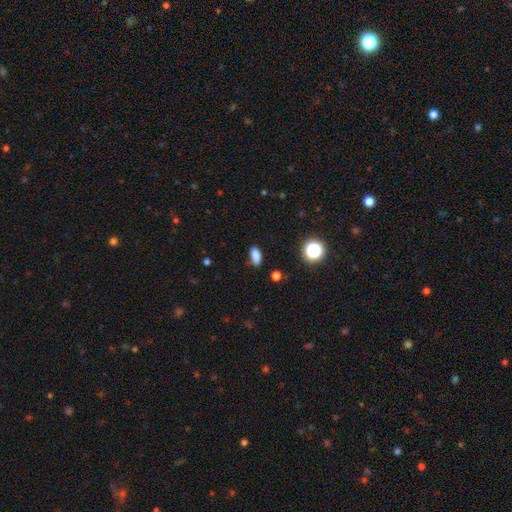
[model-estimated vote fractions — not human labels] smooth 83%, star or artifact 12%, featured or disk 5%. Down the decision tree: how rounded — in between (85%); merging — none (80%).